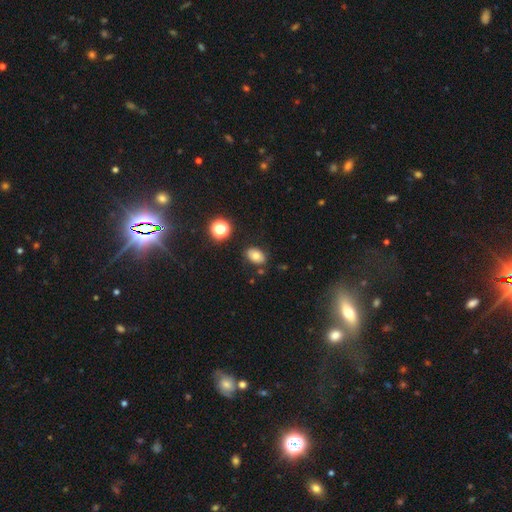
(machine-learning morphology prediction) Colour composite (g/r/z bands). It shows a smooth galaxy with no disk features (75%) that is in between round and cigar-shaped (82%). Merging: none (82%).